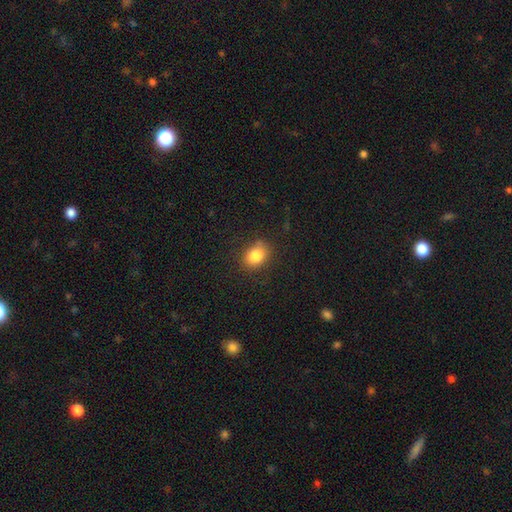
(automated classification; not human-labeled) Morphology: type=smooth (84%); roundness=in between (62%); merging=none (81%).